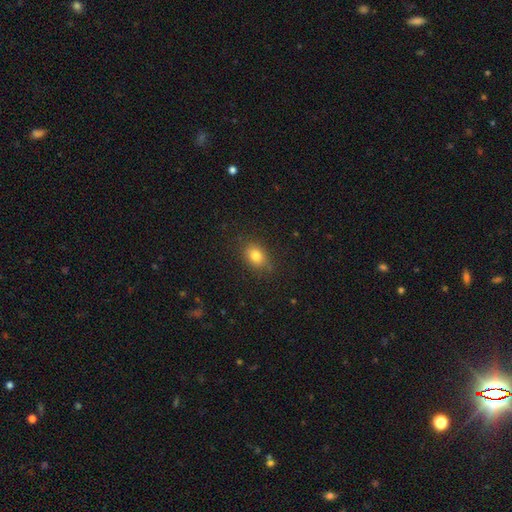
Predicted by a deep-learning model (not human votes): A smooth galaxy with no disk features (81%) that is in between round and cigar-shaped (68%).

Vote fractions:
- Smooth or featured? smooth: 81% / star or artifact: 11% / featured or disk: 8%
- How rounded? in between: 68% / round: 30% / cigar-shaped: 1%
- Merging? none: 81% / minor disturbance: 14% / major disturbance: 4% / merger: 1%